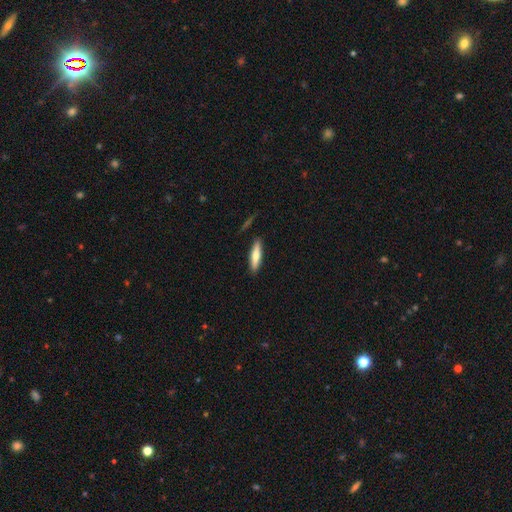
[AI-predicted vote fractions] smooth 68%, featured or disk 26%, star or artifact 6%. Down the decision tree: how rounded — cigar-shaped (76%); merging — none (87%).